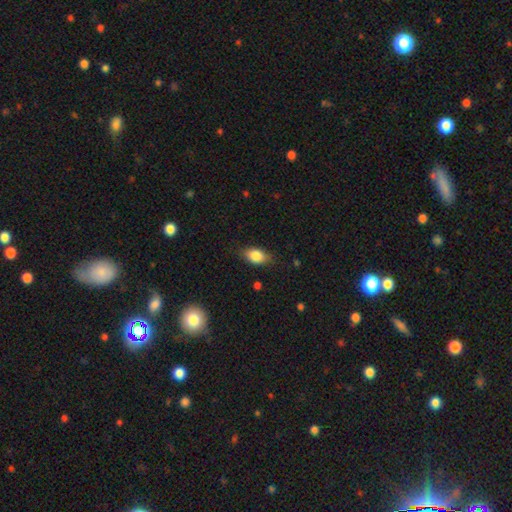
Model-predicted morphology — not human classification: smooth_or_featured: smooth (p=0.83) [alt: featured or disk p=0.09]
how_rounded: in between (p=0.86) [alt: round p=0.11]
merging: none (p=0.79) [alt: minor disturbance p=0.16]